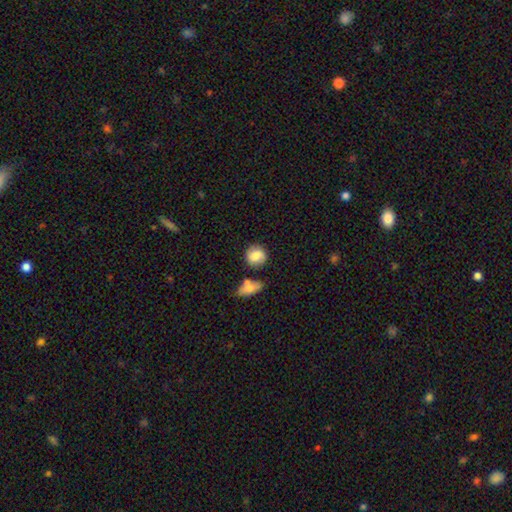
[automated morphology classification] The model was most divided on "smooth or featured": smooth: 71%, featured or disk: 21%, star or artifact: 8%. More confident: how rounded — round (80%); merging — none (69%).